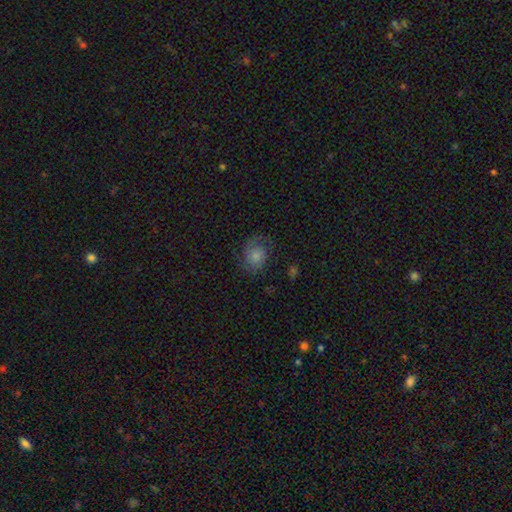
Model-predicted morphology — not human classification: This appears to be a smooth galaxy with no disk features (61%) that is round (58%). Merging: none (60%).